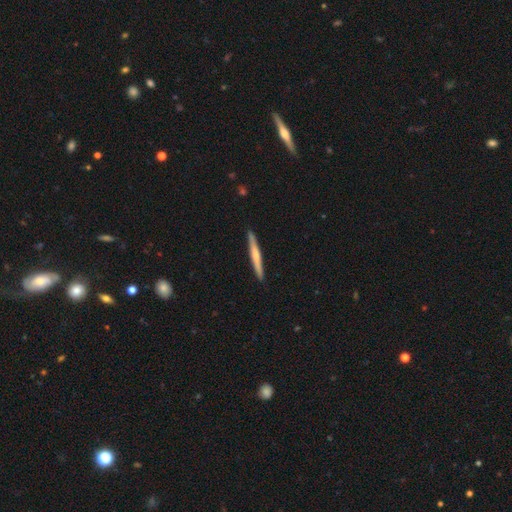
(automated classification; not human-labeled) Smooth or featured?
  - smooth: 51% *
  - featured or disk: 44%
  - star or artifact: 5%
How rounded?
  - cigar-shaped: 96% *
  - in between: 2%
  - round: 1%
Merging?
  - none: 91% *
  - minor disturbance: 7%
  - major disturbance: 1%
  - merger: 1%